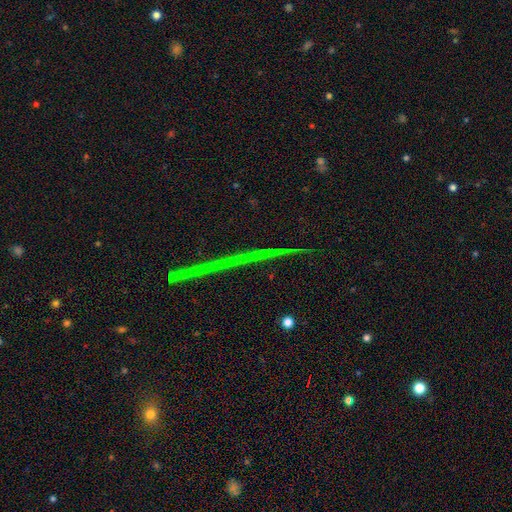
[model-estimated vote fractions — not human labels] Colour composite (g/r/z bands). It shows a featured or disk galaxy (47%). Merging: none (90%).